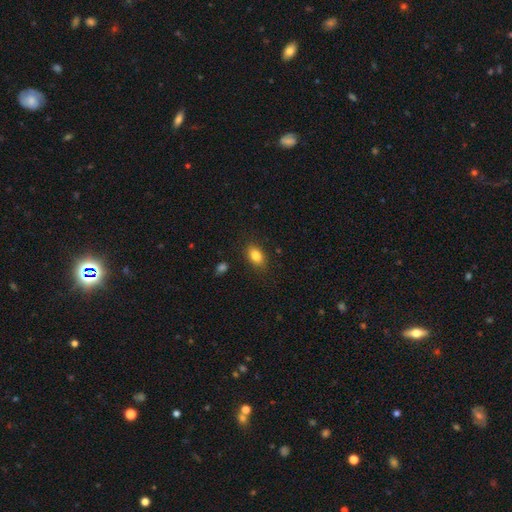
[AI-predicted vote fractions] smooth 83%, star or artifact 9%, featured or disk 8%. Down the decision tree: how rounded — in between (82%); merging — none (84%).